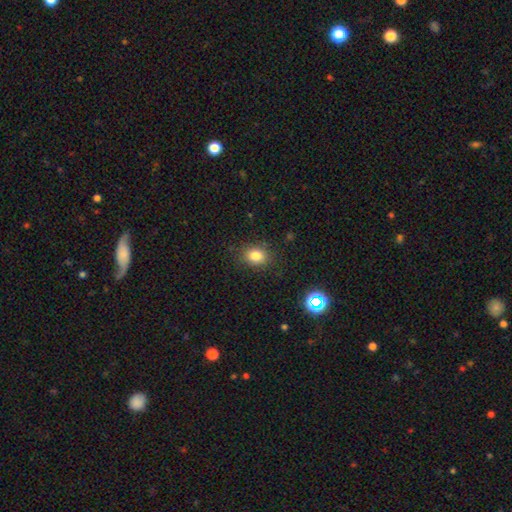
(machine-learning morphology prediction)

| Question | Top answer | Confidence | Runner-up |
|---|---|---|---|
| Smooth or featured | smooth | 81% | star or artifact (13%) |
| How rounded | round | 52% | in between (47%) |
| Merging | none | 85% | minor disturbance (11%) |